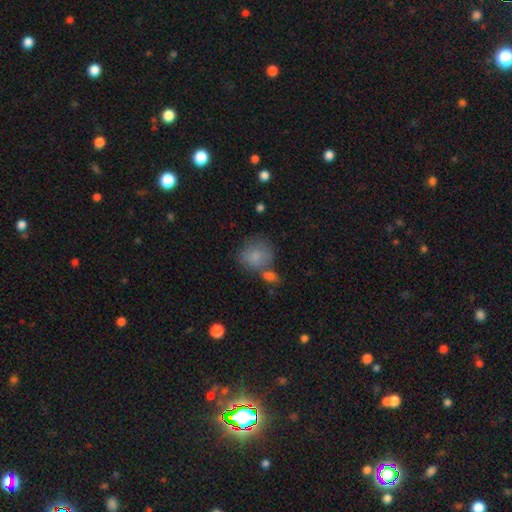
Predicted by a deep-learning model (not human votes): Q: Smooth or featured?
A: smooth (81%); runner-up: featured or disk (11%)
Q: How rounded?
A: round (71%); runner-up: in between (28%)
Q: Merging?
A: none (48%); runner-up: merger (28%)